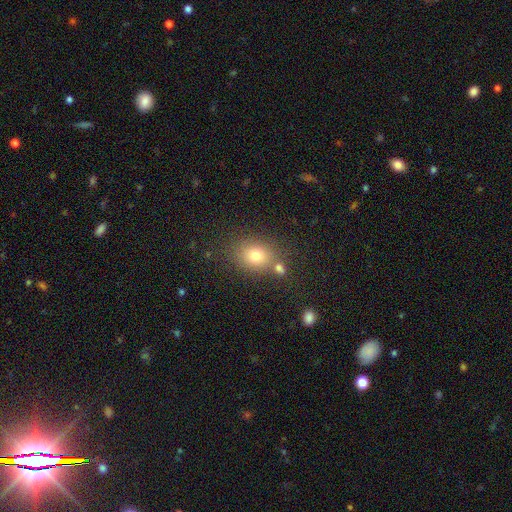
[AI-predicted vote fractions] A smooth galaxy with no disk features (76%) that is in between round and cigar-shaped (50%). Merging: none (69%).